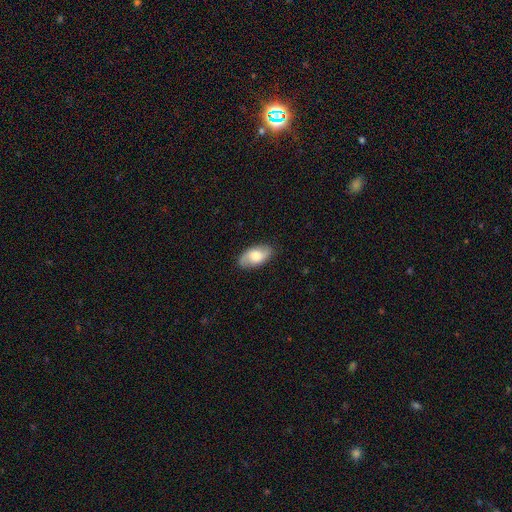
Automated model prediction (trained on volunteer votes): smooth 54%, featured or disk 39%, star or artifact 7%. Down the decision tree: how rounded — in between (93%); merging — none (85%).